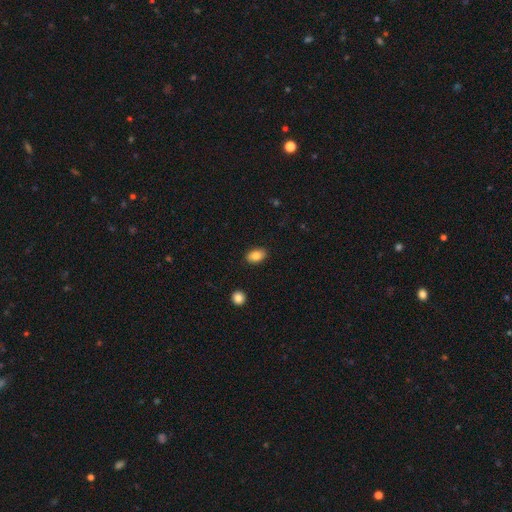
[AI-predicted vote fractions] Smooth or featured? smooth (86%)
How rounded? in between (87%)
Merging? none (88%)